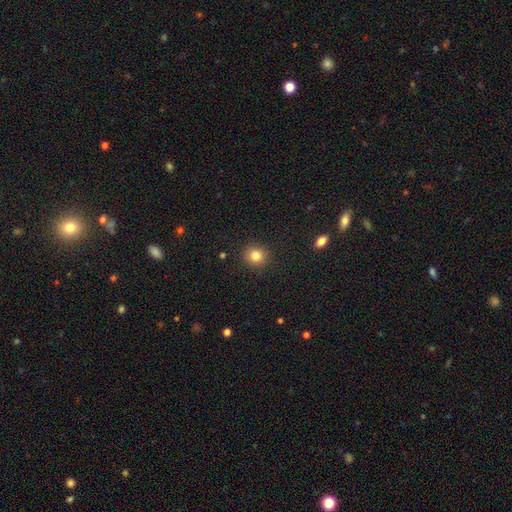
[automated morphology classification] type=smooth (83%); roundness=round (85%); merging=none (90%).